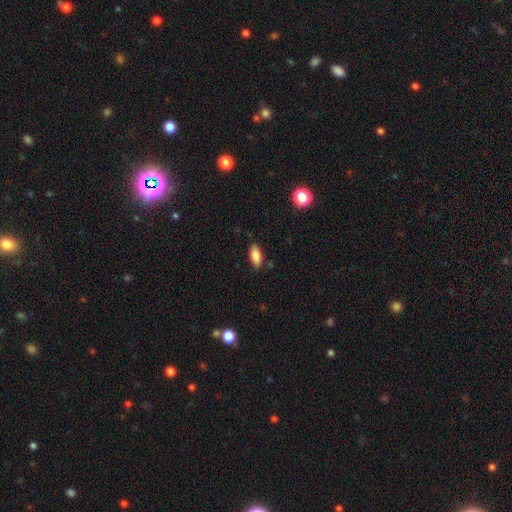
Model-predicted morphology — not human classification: Q: Smooth or featured?
A: smooth (85%); runner-up: featured or disk (8%)
Q: How rounded?
A: in between (85%); runner-up: cigar-shaped (12%)
Q: Merging?
A: none (80%); runner-up: minor disturbance (14%)